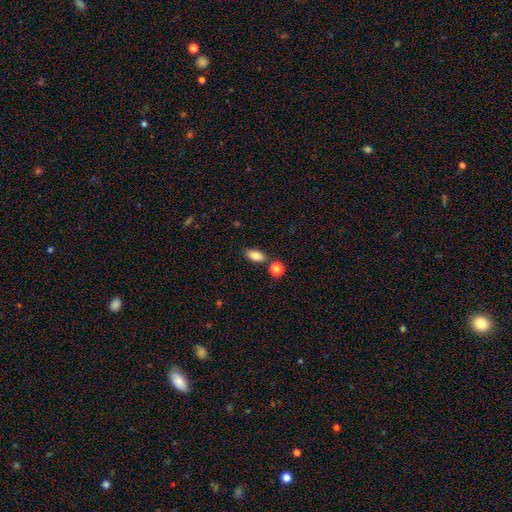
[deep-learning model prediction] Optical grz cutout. It shows a smooth galaxy with no disk features (83%) that is in between round and cigar-shaped (88%). Merging: none (77%).